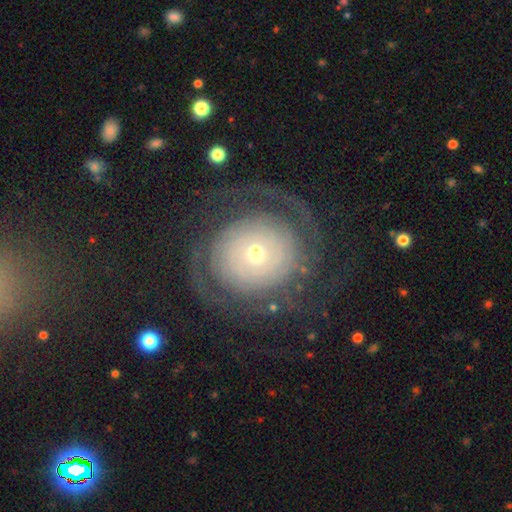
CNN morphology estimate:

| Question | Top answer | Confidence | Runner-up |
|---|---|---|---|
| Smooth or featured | featured or disk | 76% | smooth (16%) |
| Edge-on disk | no | 97% | yes (3%) |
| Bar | no | 80% | weak (15%) |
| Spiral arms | yes | 86% | no (14%) |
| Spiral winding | tight | 68% | medium (21%) |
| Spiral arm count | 2 | 39% | can't tell (33%) |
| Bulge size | small | 56% | moderate (35%) |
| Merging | none | 69% | major disturbance (17%) |